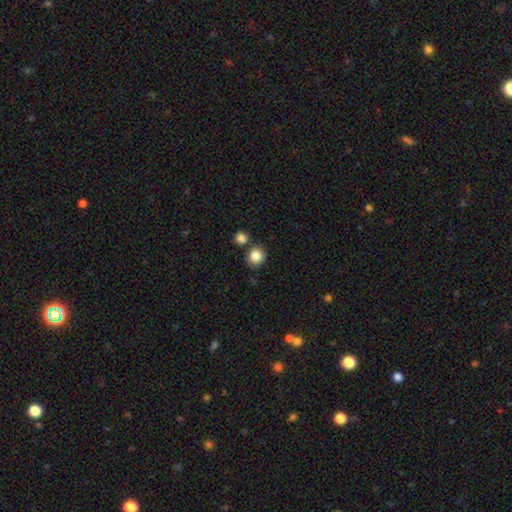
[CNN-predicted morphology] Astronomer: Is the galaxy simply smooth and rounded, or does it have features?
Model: smooth — 86%.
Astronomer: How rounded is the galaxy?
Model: round — 86%.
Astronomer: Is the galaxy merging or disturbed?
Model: none — 78%.